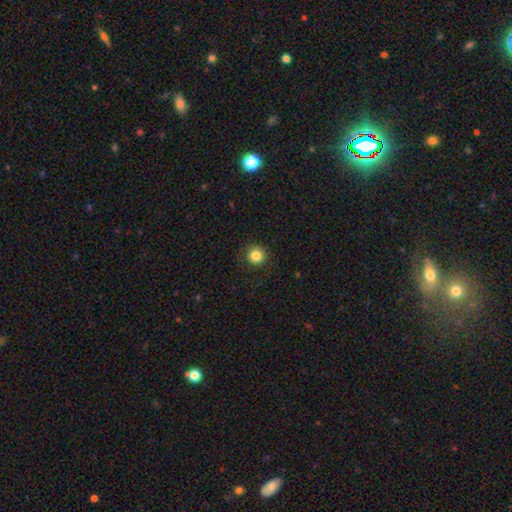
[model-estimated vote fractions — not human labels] smooth-or-featured: smooth: 84% | star or artifact: 11% | featured or disk: 5%
  how-rounded: round: 95% | in between: 4% | cigar-shaped: 1%
  merging: none: 89% | minor disturbance: 8% | major disturbance: 3% | merger: 1%